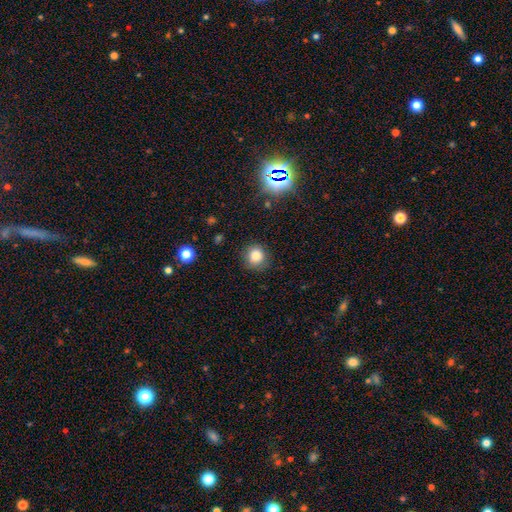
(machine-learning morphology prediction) A smooth galaxy with no disk features (82%) that is round (88%).

Vote fractions:
- Smooth or featured? smooth: 82% / star or artifact: 13% / featured or disk: 5%
- How rounded? round: 88% / in between: 11% / cigar-shaped: 1%
- Merging? none: 82% / minor disturbance: 12% / major disturbance: 4% / merger: 1%